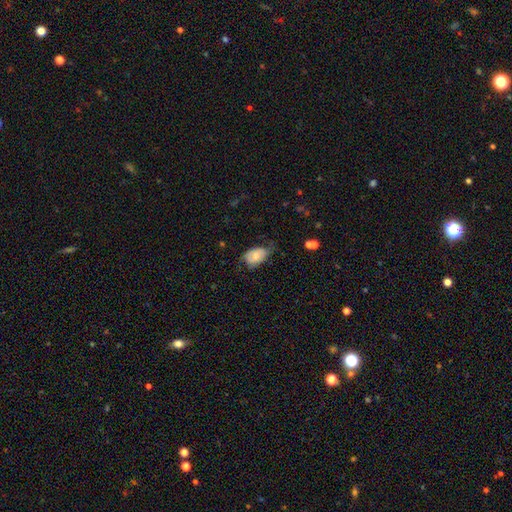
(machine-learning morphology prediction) Smooth or featured: smooth — 54% (featured or disk — 38%)
How rounded: in between — 85% (round — 13%)
Merging: none — 46% (minor disturbance — 34%)